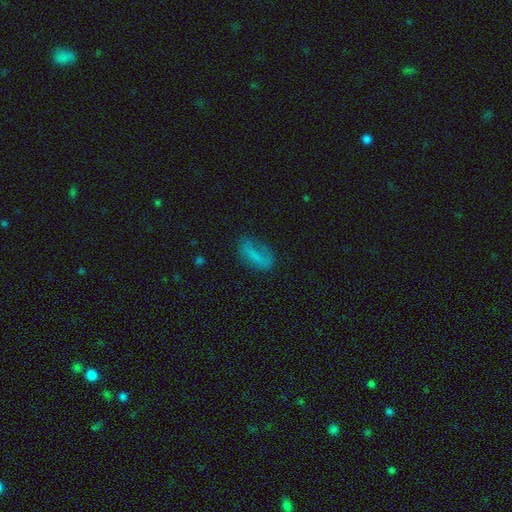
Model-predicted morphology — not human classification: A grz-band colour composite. It shows a smooth galaxy with no disk features (64%) that is in between round and cigar-shaped (82%). Merging: none (55%).